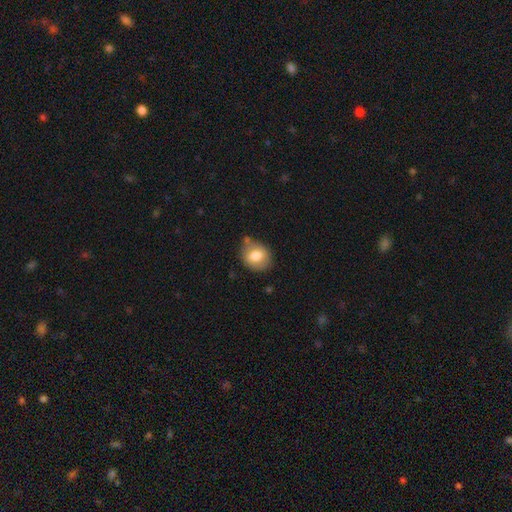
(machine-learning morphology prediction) Q: Smooth or featured?
A: smooth (76%); runner-up: featured or disk (16%)
Q: How rounded?
A: round (65%); runner-up: in between (34%)
Q: Merging?
A: none (66%); runner-up: minor disturbance (22%)